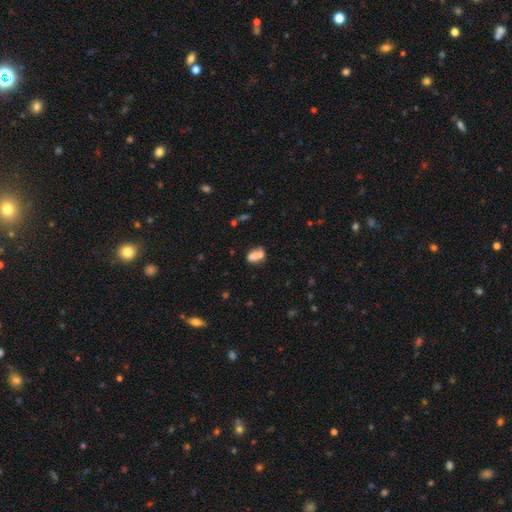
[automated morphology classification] Smooth or featured?
  - smooth: 70% *
  - featured or disk: 20%
  - star or artifact: 11%
How rounded?
  - in between: 73% *
  - round: 23%
  - cigar-shaped: 4%
Merging?
  - merger: 56% *
  - none: 27%
  - minor disturbance: 11%
  - major disturbance: 6%